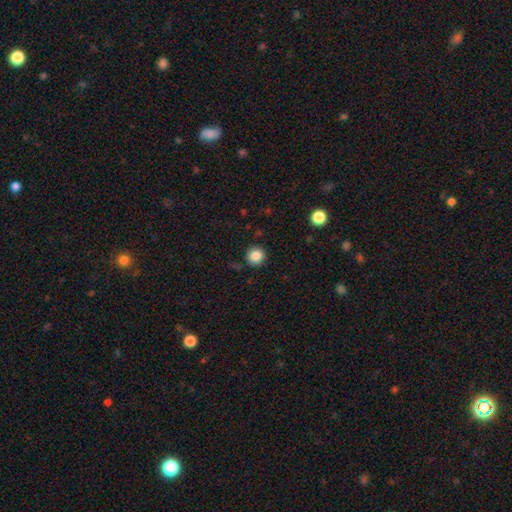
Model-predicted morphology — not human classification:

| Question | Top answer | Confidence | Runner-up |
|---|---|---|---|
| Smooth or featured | smooth | 85% | star or artifact (11%) |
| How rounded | round | 95% | in between (4%) |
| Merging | none | 89% | minor disturbance (7%) |